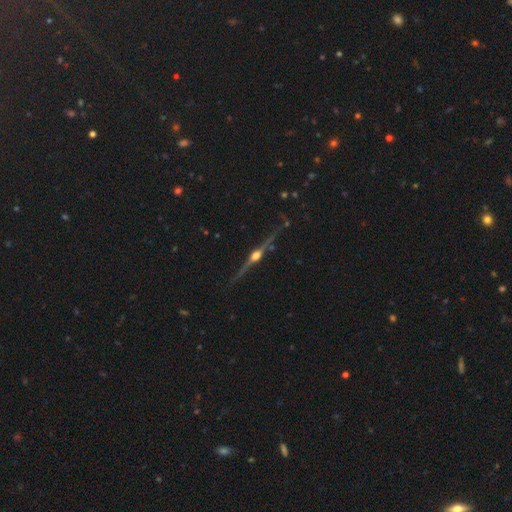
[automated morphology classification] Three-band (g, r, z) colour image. It shows a featured or disk galaxy (89%) viewed edge-on (98%) with a rounded central bulge (96%). Merging: none (86%).